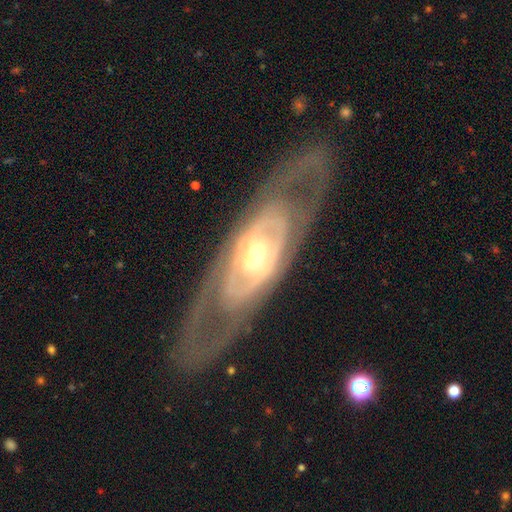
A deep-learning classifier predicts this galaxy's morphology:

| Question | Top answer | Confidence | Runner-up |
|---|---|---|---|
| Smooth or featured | featured or disk | 80% | smooth (15%) |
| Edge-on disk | no | 85% | yes (15%) |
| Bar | no | 43% | weak (34%) |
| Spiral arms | yes | 53% | no (47%) |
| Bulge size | moderate | 65% | small (22%) |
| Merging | none | 70% | minor disturbance (16%) |